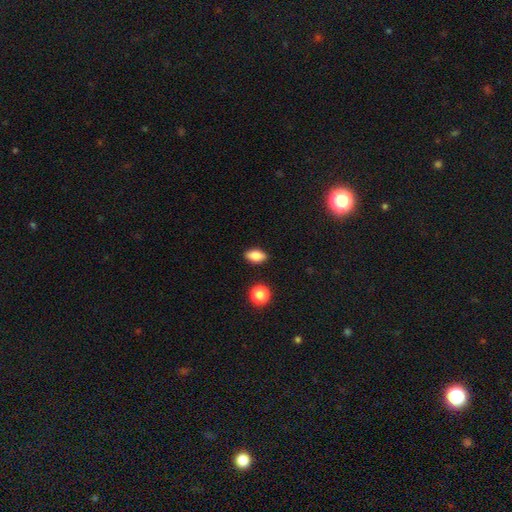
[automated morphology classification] Smooth or featured? Predicted: smooth (p=0.81). How rounded? Predicted: in between (p=0.85). Merging? Predicted: none (p=0.88).